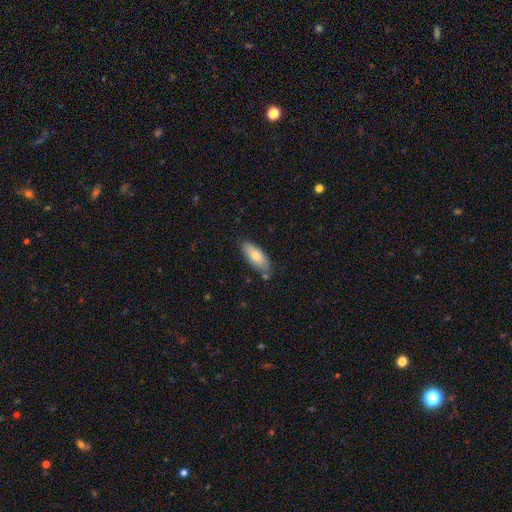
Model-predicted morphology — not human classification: Q: Smooth or featured?
A: smooth (77%); runner-up: featured or disk (17%)
Q: How rounded?
A: in between (77%); runner-up: cigar-shaped (21%)
Q: Merging?
A: none (73%); runner-up: minor disturbance (18%)